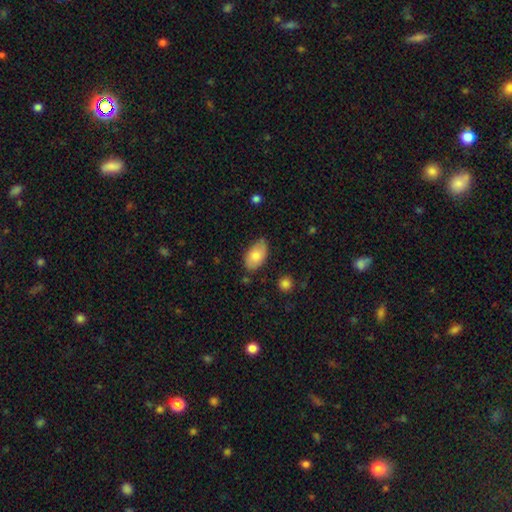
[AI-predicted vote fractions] A smooth galaxy with no disk features (80%) that is in between round and cigar-shaped (94%).

Vote fractions:
- Smooth or featured? smooth: 80% / featured or disk: 14% / star or artifact: 7%
- How rounded? in between: 94% / round: 5% / cigar-shaped: 2%
- Merging? none: 69% / minor disturbance: 25% / major disturbance: 4% / merger: 2%